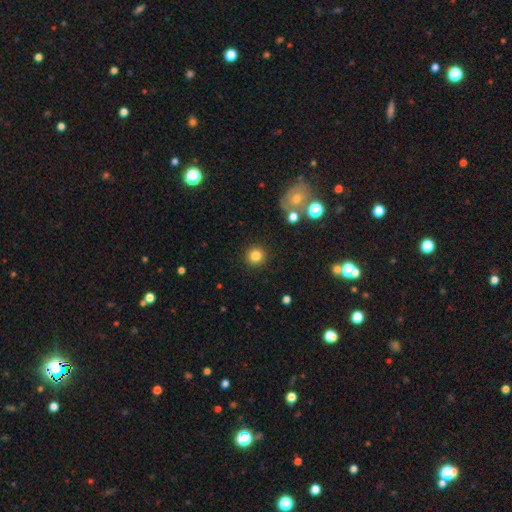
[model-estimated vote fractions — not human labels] Morphology: type=smooth (82%); roundness=round (94%); merging=none (89%).